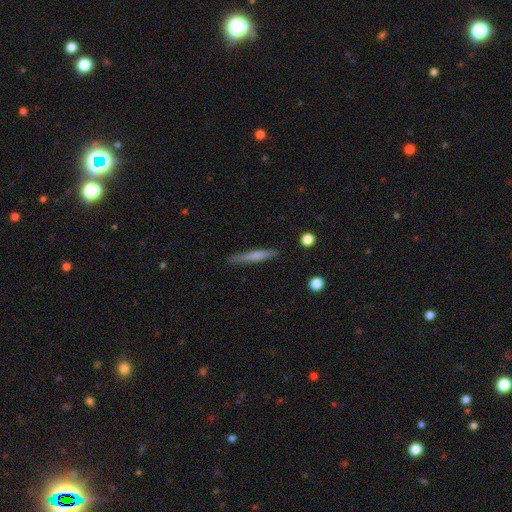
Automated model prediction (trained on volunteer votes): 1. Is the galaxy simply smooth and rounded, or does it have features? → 60% smooth, 34% featured or disk, 6% star or artifact.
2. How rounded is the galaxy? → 94% cigar-shaped, 5% in between, 2% round.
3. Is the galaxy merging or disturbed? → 86% none, 10% minor disturbance, 2% major disturbance, 2% merger.